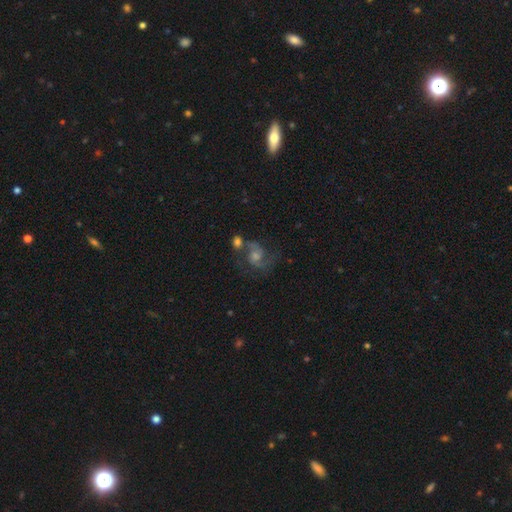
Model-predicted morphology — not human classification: smooth-or-featured: featured or disk: 73% | smooth: 14% | star or artifact: 13%
  disk-edge-on: no: 98% | yes: 2%
    bar: no: 62% | weak: 32% | strong: 6%
    has-spiral-arms: yes: 92% | no: 8%
      spiral-winding: medium: 52% | loose: 33% | tight: 15%
      spiral-arm-count: 2: 83% | 1: 7% | can't tell: 6% | 3: 2% | 4: 1% | more than 4: 1%
    bulge-size: moderate: 50% | small: 33% | large: 8% | none: 7% | dominant: 2%
  merging: none: 49% | merger: 23% | minor disturbance: 15% | major disturbance: 13%